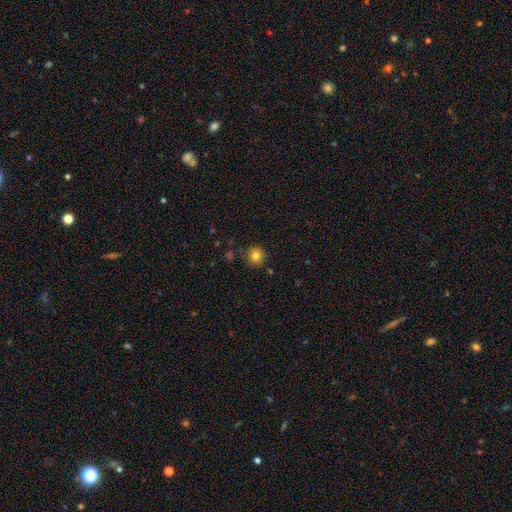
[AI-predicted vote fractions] Overall: smooth (81%). How rounded: round (94%). Merging: none (88%).